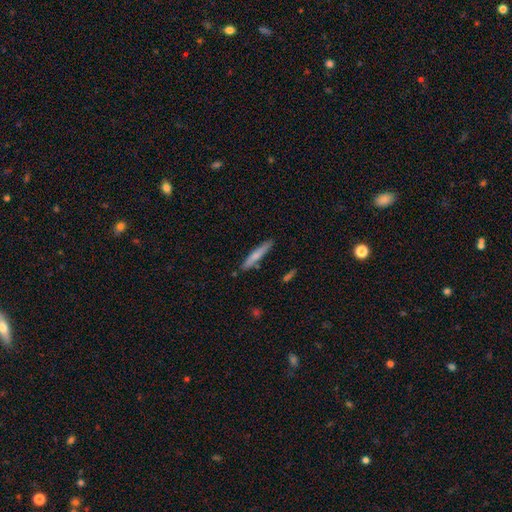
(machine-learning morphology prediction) The model was most divided on "smooth or featured": smooth: 69%, featured or disk: 26%, star or artifact: 6%. More confident: how rounded — cigar-shaped (92%); merging — none (83%).